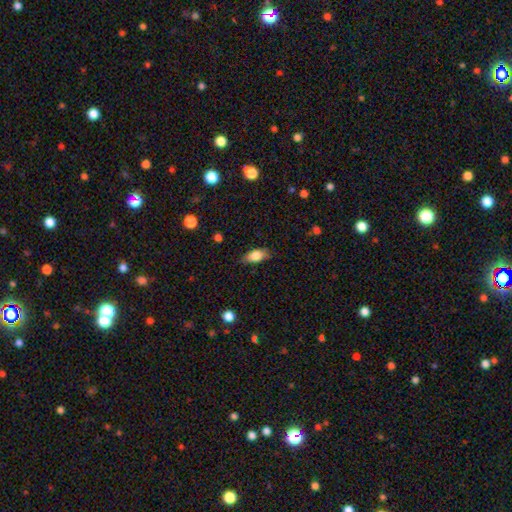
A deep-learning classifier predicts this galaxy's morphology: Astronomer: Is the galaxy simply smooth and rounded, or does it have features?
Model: smooth — 80%.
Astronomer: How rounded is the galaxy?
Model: in between — 85%.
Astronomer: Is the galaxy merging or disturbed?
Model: none — 80%.